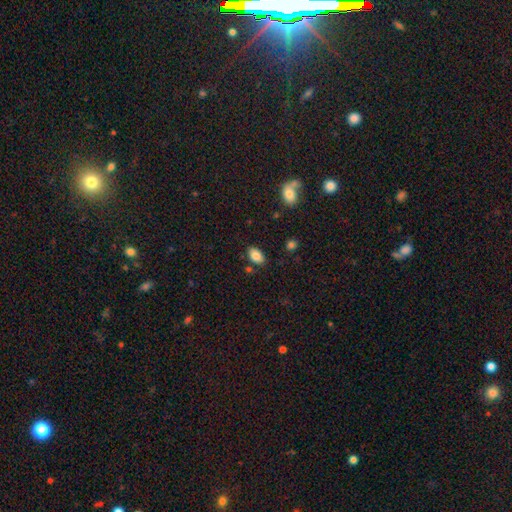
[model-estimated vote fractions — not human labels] Smooth or featured? smooth (86%)
How rounded? in between (92%)
Merging? none (81%)